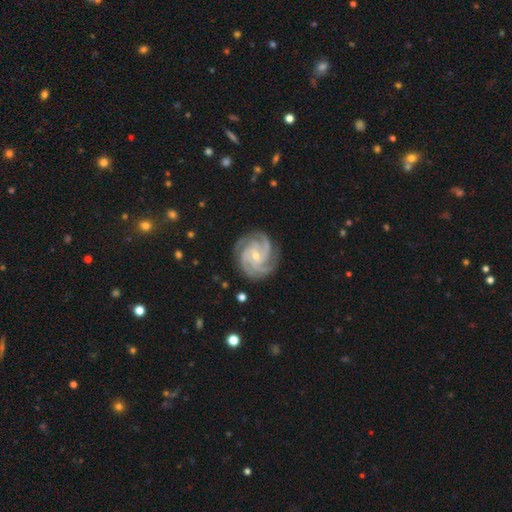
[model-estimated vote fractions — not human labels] Morphology: type=featured or disk (93%); edge-on=no (98%); bar=no (59%); spiral arms=yes (99%); winding=tight (68%); arm count=4 (44%); bulge=small (70%); merging=none (83%).